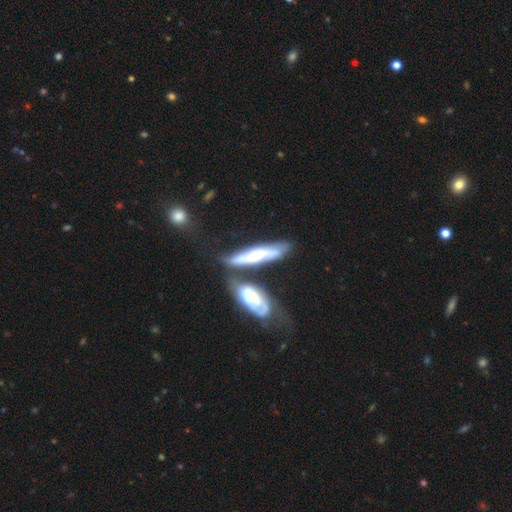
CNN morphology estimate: Overall: featured or disk (60%; smooth 34%). Edge-on disk: no (53%; yes 47%). Merging: none (38%; merger 35%).